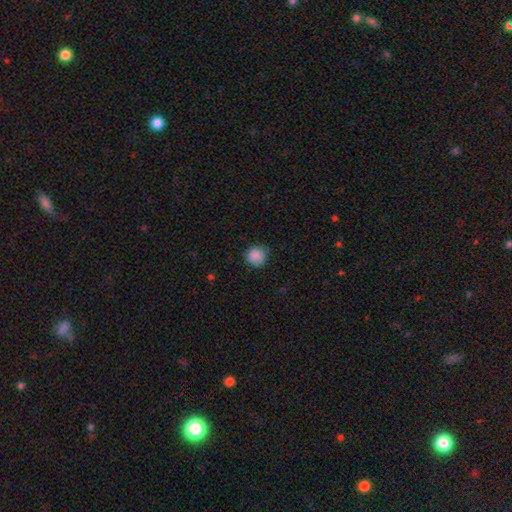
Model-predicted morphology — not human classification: The model was most divided on "merging": none: 85%, minor disturbance: 11%, major disturbance: 3%, merger: 1%. More confident: how rounded — round (92%); smooth or featured — smooth (88%).